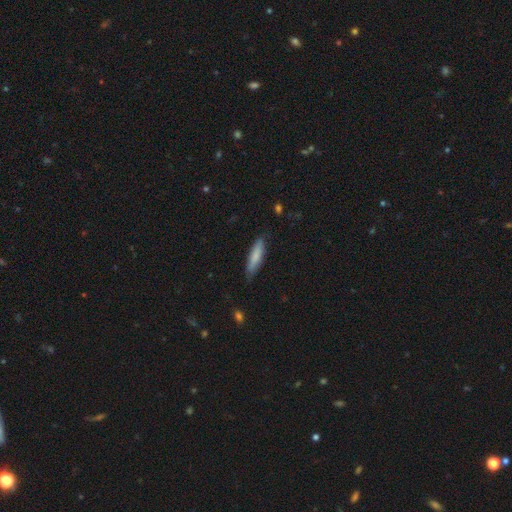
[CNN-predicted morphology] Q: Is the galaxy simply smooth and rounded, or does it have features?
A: smooth — 78%.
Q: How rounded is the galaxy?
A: cigar-shaped — 78%.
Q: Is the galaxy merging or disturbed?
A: none — 78%.